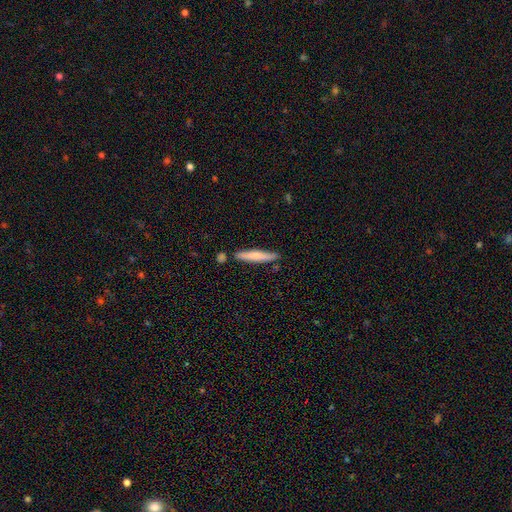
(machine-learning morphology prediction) The model was most divided on "smooth or featured": smooth: 72%, featured or disk: 23%, star or artifact: 5%. More confident: how rounded — cigar-shaped (92%); merging — none (81%).